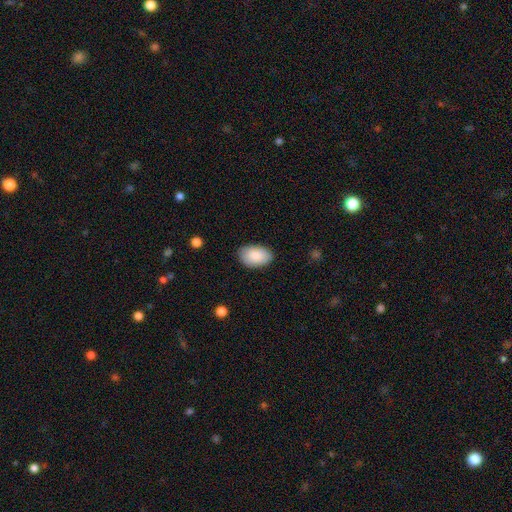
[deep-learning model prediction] A smooth galaxy with no disk features (86%) that is in between round and cigar-shaped (92%).

Vote fractions:
- Smooth or featured? smooth: 86% / featured or disk: 8% / star or artifact: 6%
- How rounded? in between: 92% / round: 7% / cigar-shaped: 1%
- Merging? none: 84% / minor disturbance: 13% / major disturbance: 2% / merger: 1%